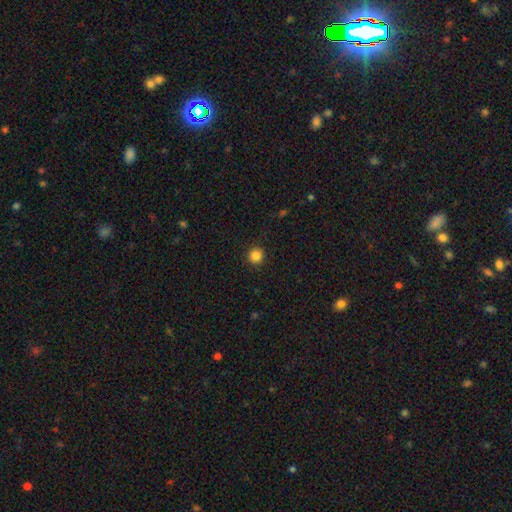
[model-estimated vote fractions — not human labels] This is clearly a smooth galaxy (85%). How rounded: clearly round (94%). Merging: clearly none (92%).